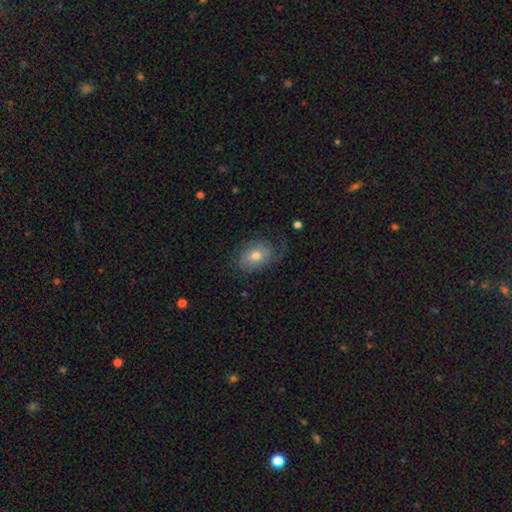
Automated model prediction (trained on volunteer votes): This appears to be a smooth galaxy with no disk features (55%) that is in between round and cigar-shaped (74%). Merging: none (55%).